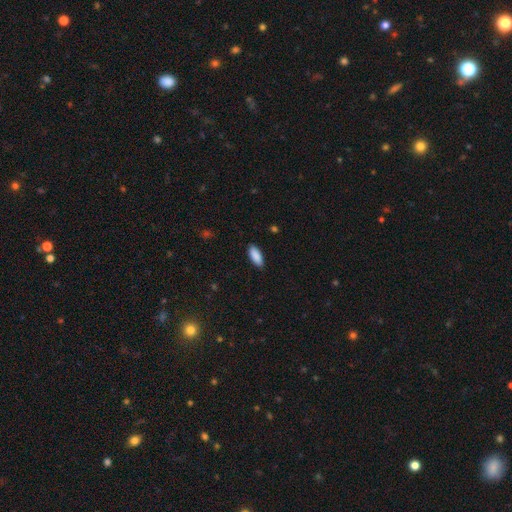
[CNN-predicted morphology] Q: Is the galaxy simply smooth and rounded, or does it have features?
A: smooth — 90%.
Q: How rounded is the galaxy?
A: in between — 82%.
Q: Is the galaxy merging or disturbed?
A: none — 87%.